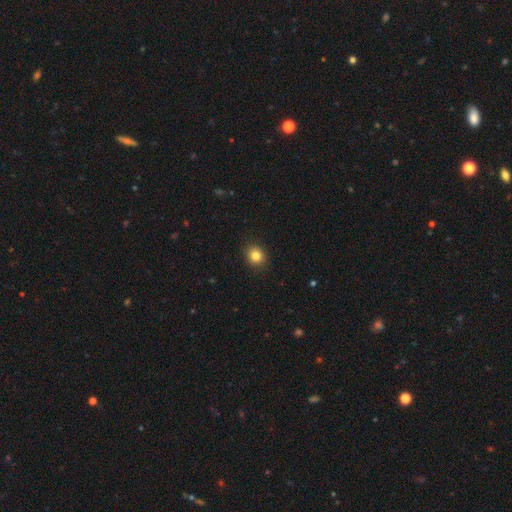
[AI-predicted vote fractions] A smooth galaxy with no disk features (83%) that is round (81%).

Vote fractions:
- Smooth or featured? smooth: 83% / star or artifact: 11% / featured or disk: 6%
- How rounded? round: 81% / in between: 18% / cigar-shaped: 1%
- Merging? none: 91% / minor disturbance: 6% / major disturbance: 2% / merger: 1%